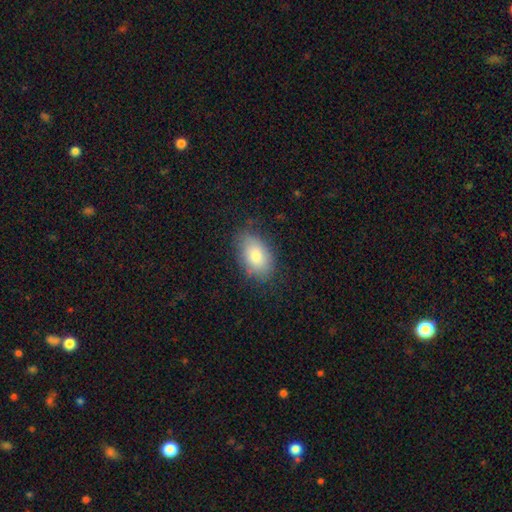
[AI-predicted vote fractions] Overall: smooth (82%). How rounded: in between (90%). Merging: none (76%).